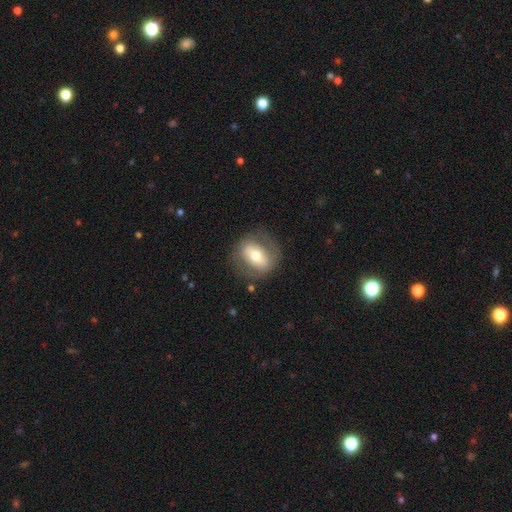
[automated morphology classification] The model was most divided on "smooth or featured": featured or disk: 48%, smooth: 46%, star or artifact: 6%. More confident: merging — none (74%).